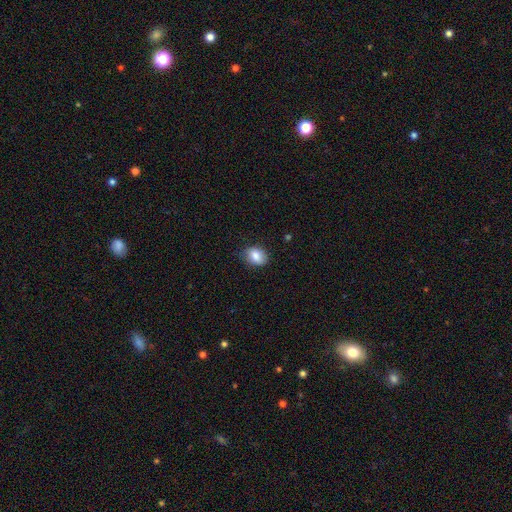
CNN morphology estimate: This appears to be a smooth galaxy with no disk features (84%) that is in between round and cigar-shaped (67%). Merging: none (75%).